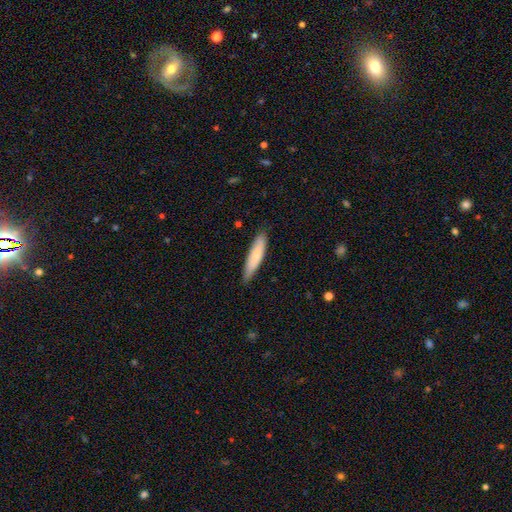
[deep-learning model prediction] Overall: smooth (71%). How rounded: cigar-shaped (78%). Merging: none (84%).